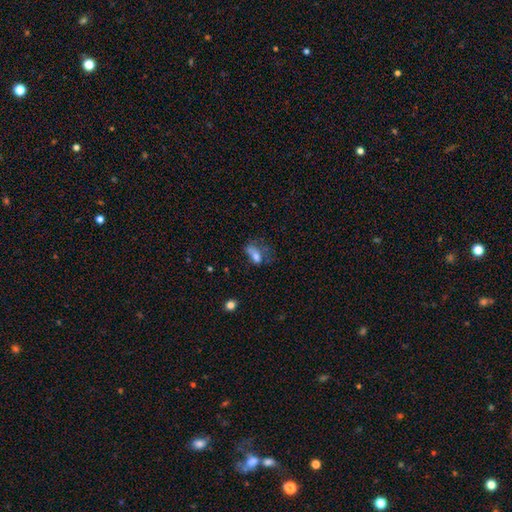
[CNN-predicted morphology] smooth 65%, featured or disk 21%, star or artifact 14%. Down the decision tree: how rounded — in between (77%); merging — major disturbance (44%).